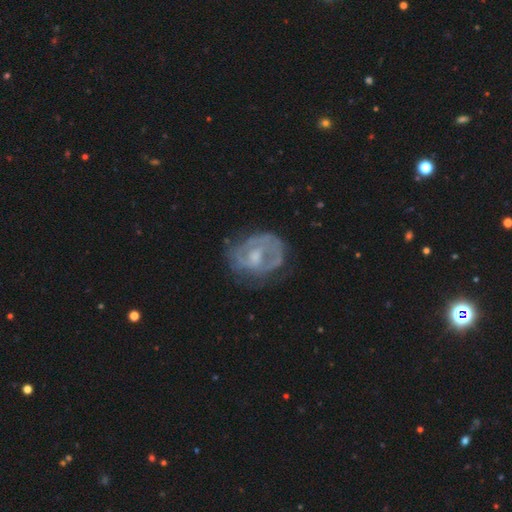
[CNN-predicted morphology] smooth_or_featured: featured or disk (p=0.73) [alt: smooth p=0.19]
disk_edge_on: no (p=0.97) [alt: yes p=0.03]
bar: no (p=0.52) [alt: weak p=0.39]
has_spiral_arms: yes (p=0.67) [alt: no p=0.33]
bulge_size: moderate (p=0.49) [alt: small p=0.33]
merging: none (p=0.58) [alt: minor disturbance p=0.23]